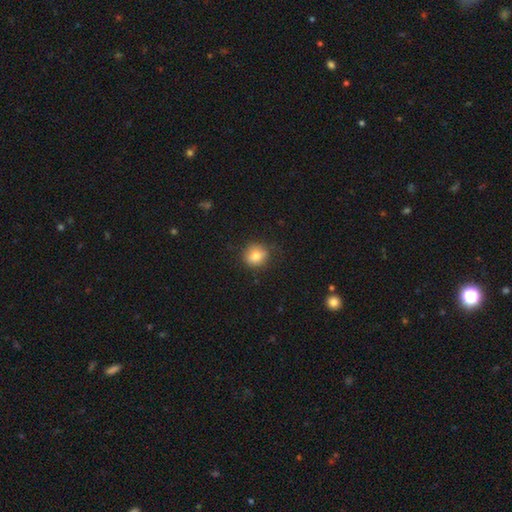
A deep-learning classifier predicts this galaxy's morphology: smooth 81%, star or artifact 10%, featured or disk 9%. Down the decision tree: how rounded — round (82%); merging — none (79%).